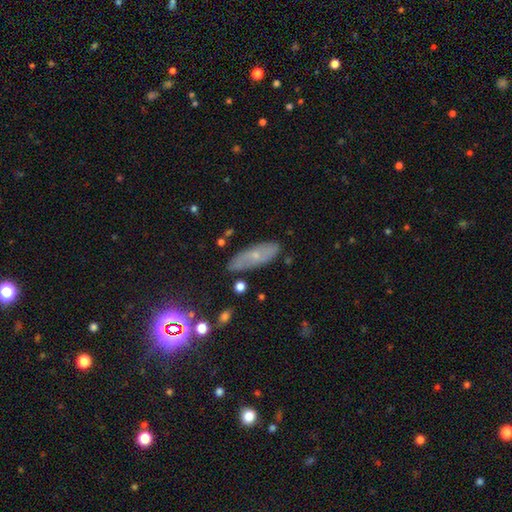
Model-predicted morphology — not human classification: type=smooth (46%); merging=none (75%).